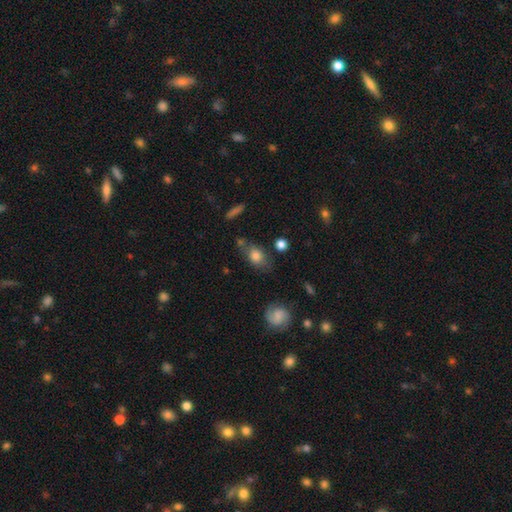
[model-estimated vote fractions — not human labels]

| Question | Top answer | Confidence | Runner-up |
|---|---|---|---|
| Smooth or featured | smooth | 75% | featured or disk (16%) |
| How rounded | in between | 71% | round (25%) |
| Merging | none | 59% | minor disturbance (23%) |